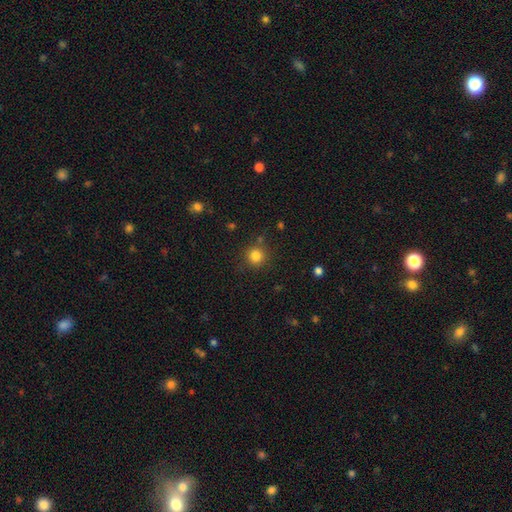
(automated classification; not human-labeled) Overall: smooth (82%). How rounded: round (93%). Merging: none (84%).